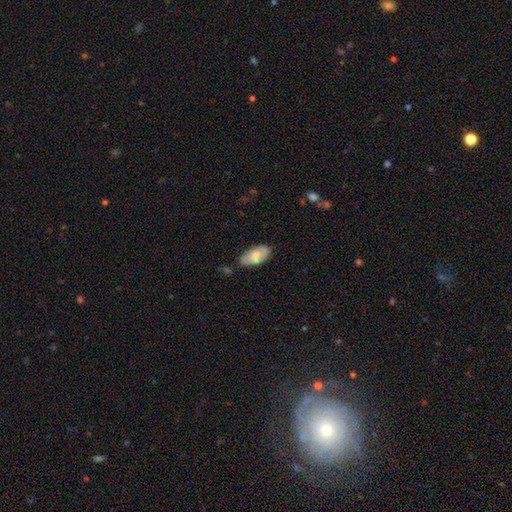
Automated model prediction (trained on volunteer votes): This is likely a smooth galaxy (64%). How rounded: clearly in between (94%). Merging: likely none (69%).